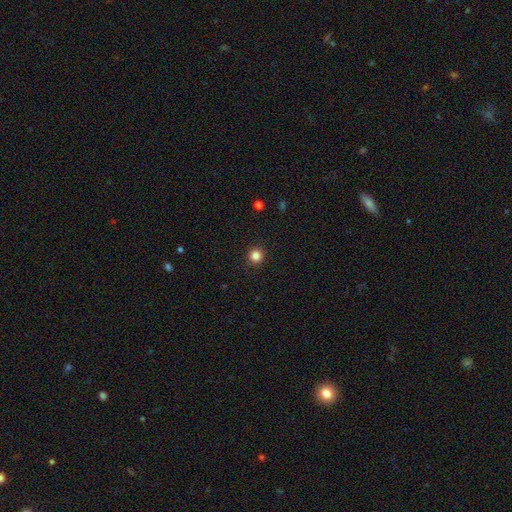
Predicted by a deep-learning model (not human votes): Q: Smooth or featured?
A: smooth (84%); runner-up: star or artifact (12%)
Q: How rounded?
A: round (95%); runner-up: in between (5%)
Q: Merging?
A: none (93%); runner-up: minor disturbance (5%)